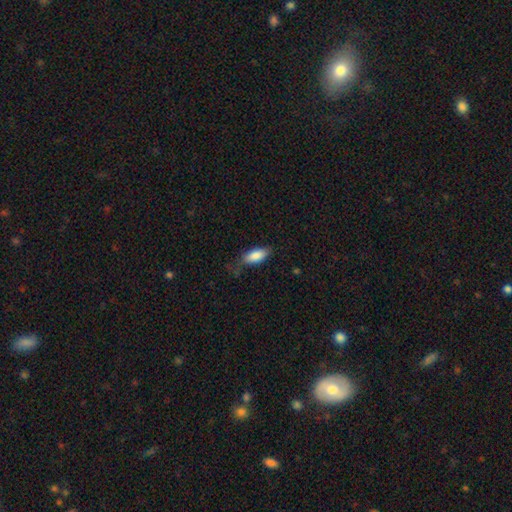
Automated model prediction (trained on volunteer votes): This is clearly a smooth galaxy (85%). How rounded: clearly in between (84%). Merging: likely none (60%).